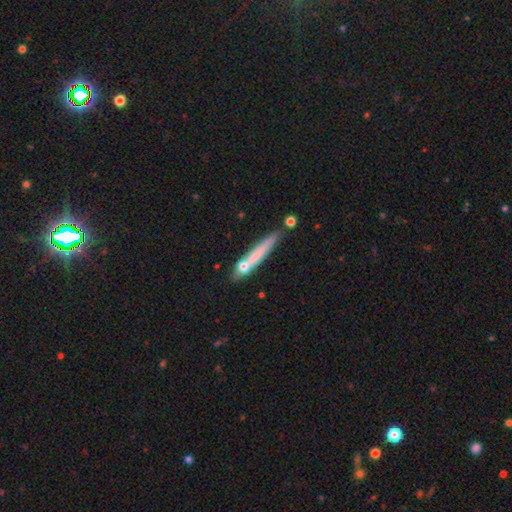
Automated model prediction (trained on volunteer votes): Overall: smooth (58%; featured or disk 35%). How rounded: cigar-shaped (93%). Merging: none (66%).